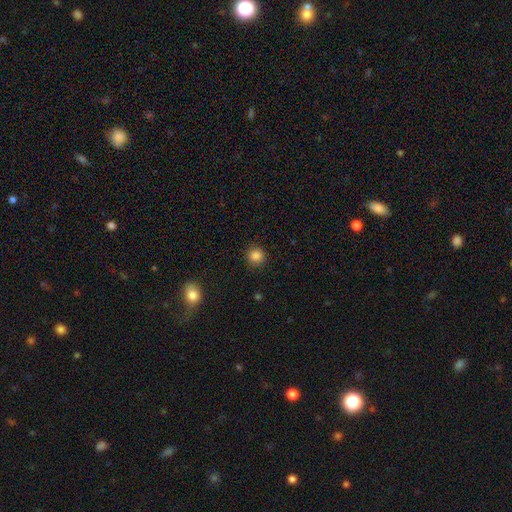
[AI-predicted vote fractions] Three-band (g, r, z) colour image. It shows a smooth galaxy with no disk features (85%) that is round (90%). Merging: none (88%).